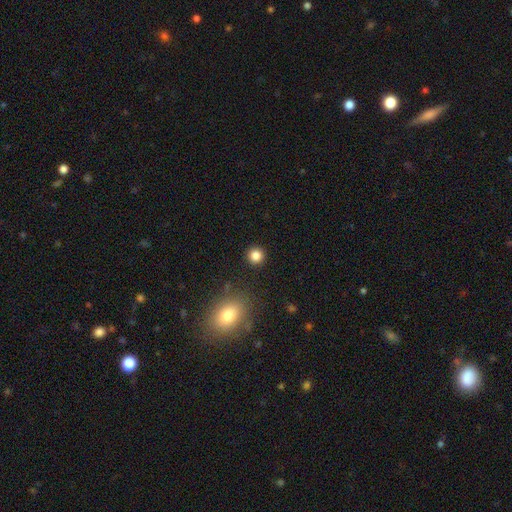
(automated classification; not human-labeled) smooth 84%, star or artifact 12%, featured or disk 4%. Down the decision tree: how rounded — round (93%); merging — none (91%).